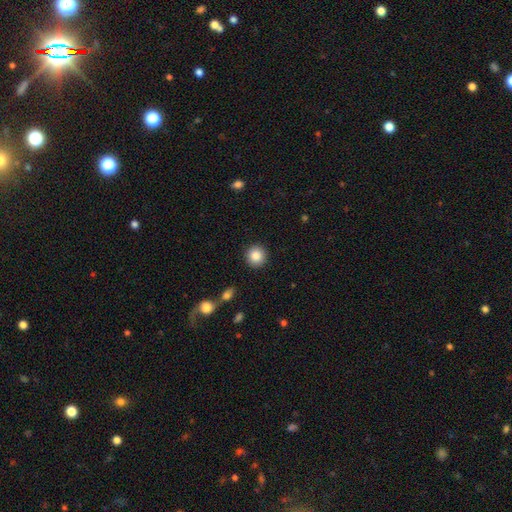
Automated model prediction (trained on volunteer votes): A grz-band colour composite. It shows a smooth galaxy with no disk features (87%) that is round (93%). Merging: none (91%).